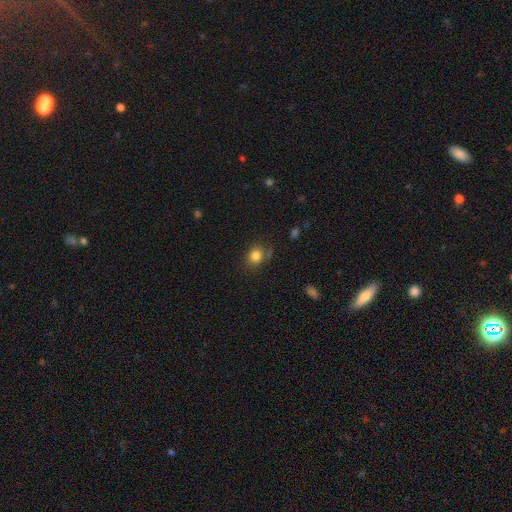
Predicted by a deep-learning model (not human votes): This appears to be a smooth galaxy with no disk features (82%) that is round (66%). Merging: none (74%).